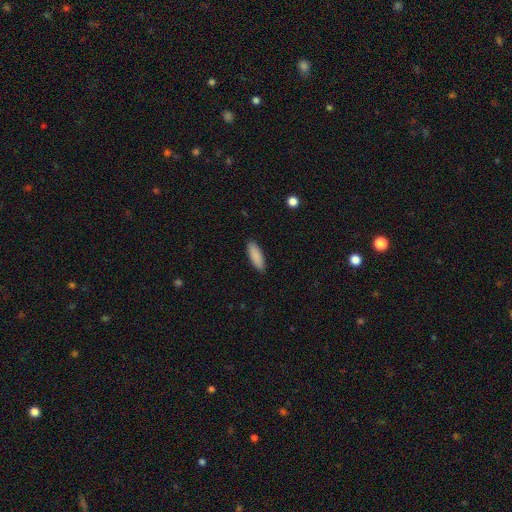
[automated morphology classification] smooth 89%, star or artifact 6%, featured or disk 5%. Down the decision tree: how rounded — in between (61%); merging — none (89%).